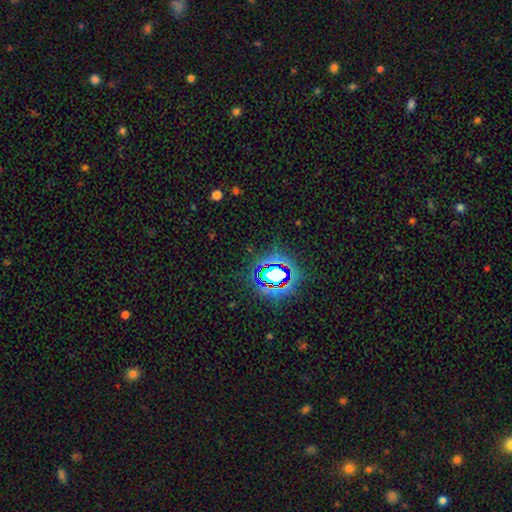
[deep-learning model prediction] Smooth or featured: star or artifact — 78% (smooth — 14%)